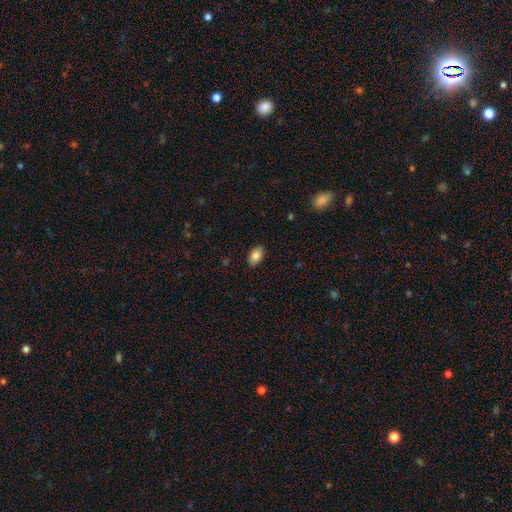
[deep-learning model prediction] A smooth galaxy with no disk features (86%) that is in between round and cigar-shaped (90%). Merging: none (86%).